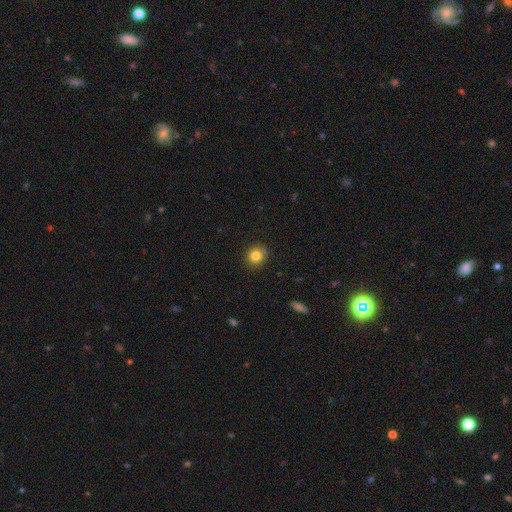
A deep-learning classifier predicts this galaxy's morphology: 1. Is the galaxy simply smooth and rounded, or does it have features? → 83% smooth, 11% star or artifact, 6% featured or disk.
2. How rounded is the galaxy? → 84% round, 15% in between, 1% cigar-shaped.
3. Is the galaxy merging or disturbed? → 88% none, 9% minor disturbance, 2% major disturbance, 1% merger.